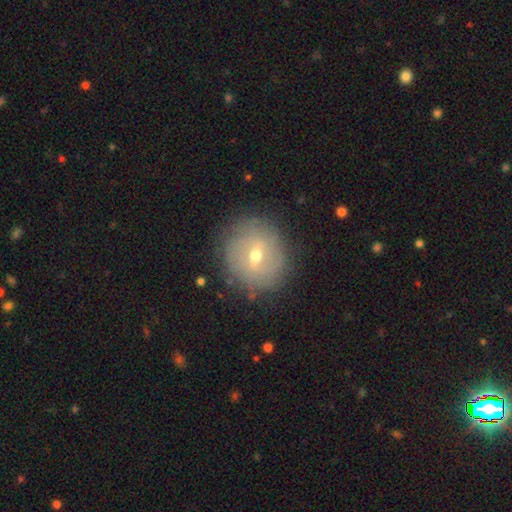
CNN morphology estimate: Smooth or featured?
  - featured or disk: 56% *
  - smooth: 34%
  - star or artifact: 9%
Edge-on disk?
  - no: 94% *
  - yes: 6%
Bar?
  - weak: 57% *
  - no: 28%
  - strong: 15%
Spiral arms?
  - yes: 56% *
  - no: 44%
Bulge size?
  - moderate: 55% *
  - small: 41%
  - large: 2%
  - none: 1%
  - dominant: 1%
Merging?
  - none: 81% *
  - minor disturbance: 13%
  - major disturbance: 5%
  - merger: 1%